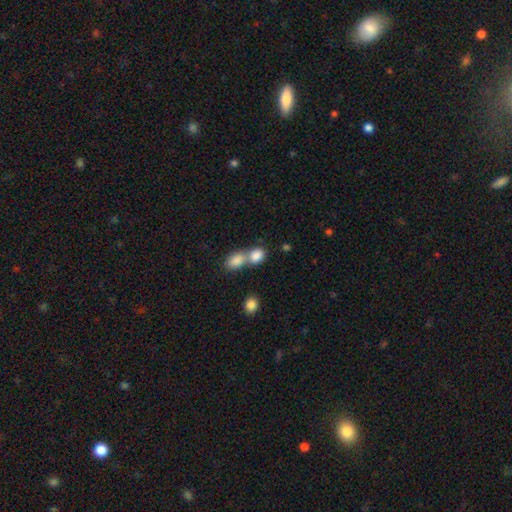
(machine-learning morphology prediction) smooth_or_featured: smooth (p=0.84) [alt: star or artifact p=0.09]
how_rounded: in between (p=0.62) [alt: round p=0.36]
merging: merger (p=0.64) [alt: none p=0.27]